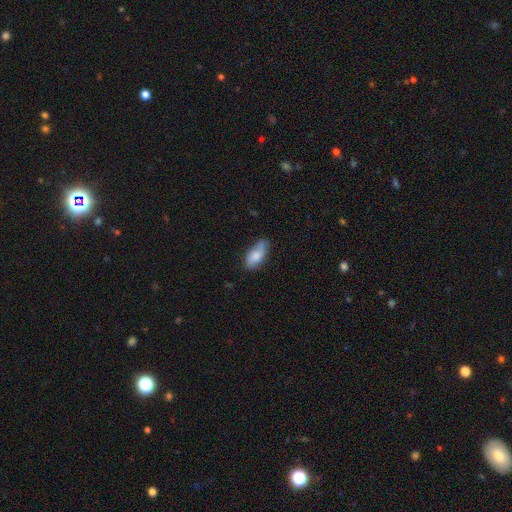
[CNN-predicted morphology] smooth 73%, featured or disk 20%, star or artifact 7%. Down the decision tree: how rounded — in between (86%); merging — none (60%).